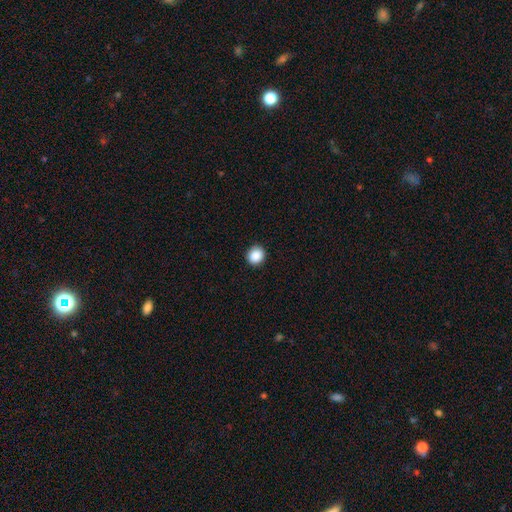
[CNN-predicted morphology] Smooth or featured? Predicted: smooth (p=0.88). How rounded? Predicted: round (p=0.84). Merging? Predicted: none (p=0.91).